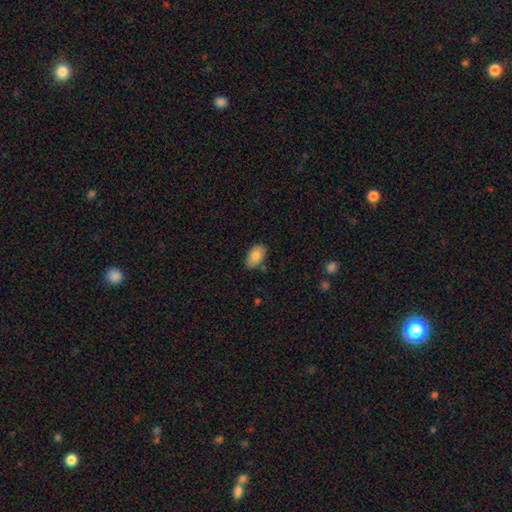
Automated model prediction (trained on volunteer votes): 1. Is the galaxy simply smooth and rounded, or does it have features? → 83% smooth, 10% featured or disk, 7% star or artifact.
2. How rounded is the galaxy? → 92% in between, 6% round, 1% cigar-shaped.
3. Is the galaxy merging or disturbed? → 80% none, 15% minor disturbance, 3% merger, 3% major disturbance.